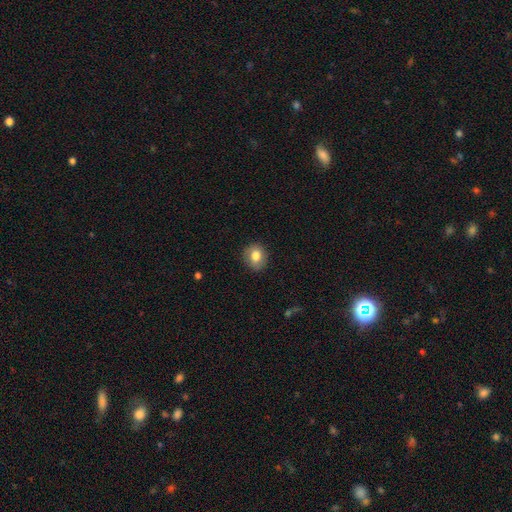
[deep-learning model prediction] smooth_or_featured: smooth (p=0.80) [alt: featured or disk p=0.12]
how_rounded: round (p=0.66) [alt: in between p=0.33]
merging: none (p=0.85) [alt: minor disturbance p=0.12]